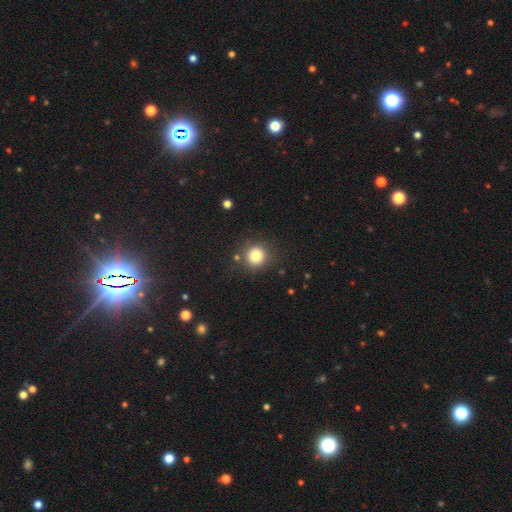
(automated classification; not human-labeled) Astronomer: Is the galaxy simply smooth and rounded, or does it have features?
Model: smooth — 82%.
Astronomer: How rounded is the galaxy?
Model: round — 91%.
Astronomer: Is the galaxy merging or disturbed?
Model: none — 82%.